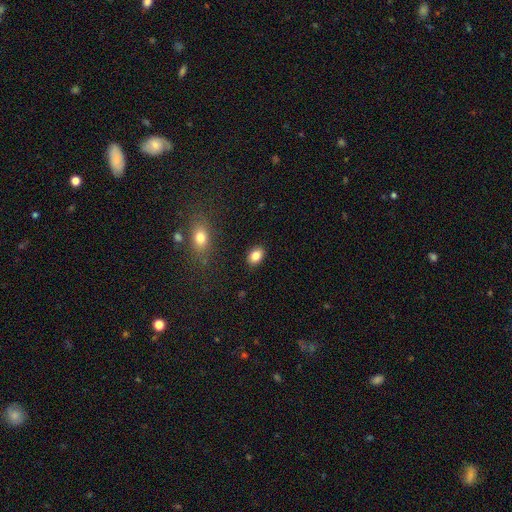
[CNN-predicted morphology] The model was most divided on "how rounded": in between: 79%, round: 20%, cigar-shaped: 1%. More confident: merging — none (88%); smooth or featured — smooth (85%).